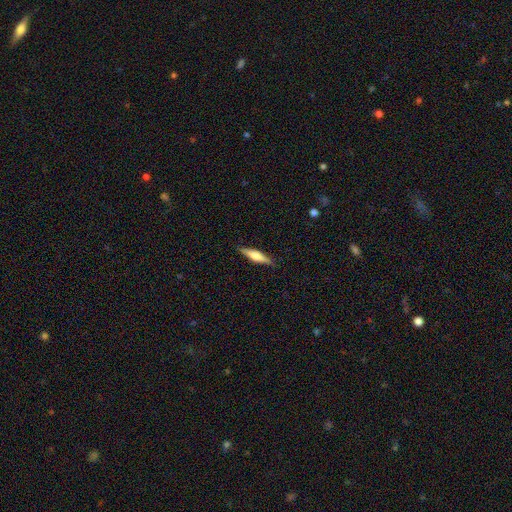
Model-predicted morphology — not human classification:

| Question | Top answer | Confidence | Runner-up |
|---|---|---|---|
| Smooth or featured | featured or disk | 56% | smooth (38%) |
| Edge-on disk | yes | 97% | no (3%) |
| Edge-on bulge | rounded | 80% | boxy (15%) |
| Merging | none | 89% | minor disturbance (8%) |